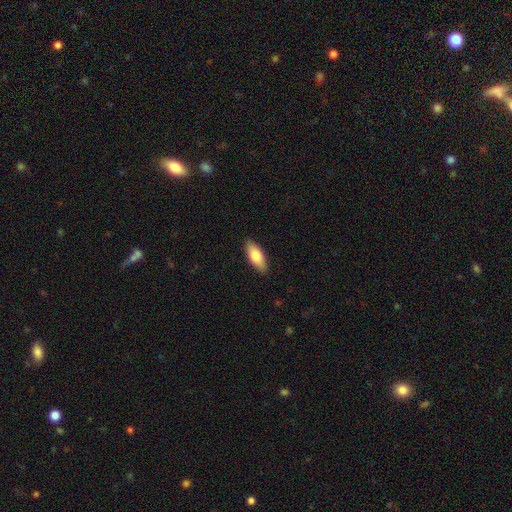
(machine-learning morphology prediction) Overall: smooth (79%). How rounded: in between (79%). Merging: none (88%).